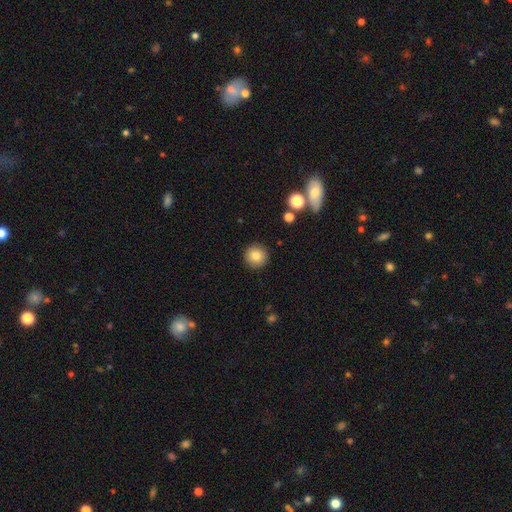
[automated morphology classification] This is clearly a smooth galaxy (83%). How rounded: clearly round (95%). Merging: clearly none (92%).